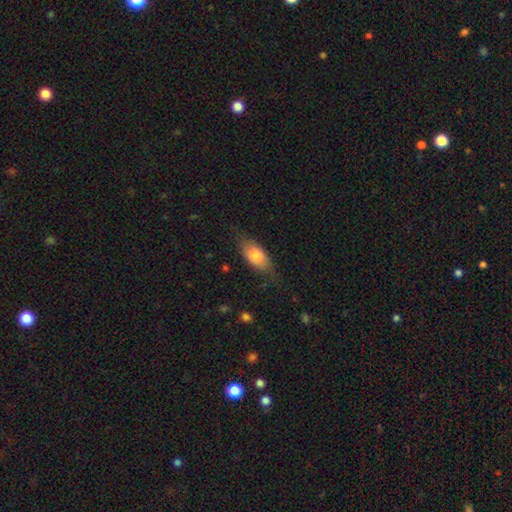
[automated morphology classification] The model was most divided on "merging": none: 67%, minor disturbance: 24%, major disturbance: 7%, merger: 1%. More confident: how rounded — in between (85%); smooth or featured — smooth (71%).